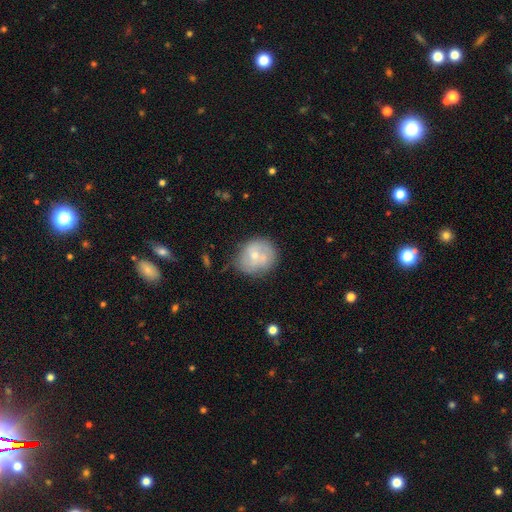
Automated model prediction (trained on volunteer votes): A smooth galaxy with no disk features (48%).

Vote fractions:
- Smooth or featured? smooth: 48% / featured or disk: 45% / star or artifact: 7%
- Merging? none: 60% / minor disturbance: 25% / major disturbance: 9% / merger: 7%